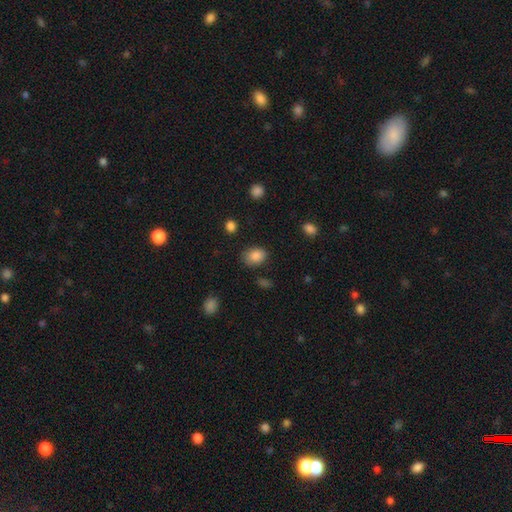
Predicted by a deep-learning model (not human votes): The model was most divided on "how rounded": in between: 70%, round: 29%, cigar-shaped: 1%. More confident: smooth or featured — smooth (86%); merging — none (72%).